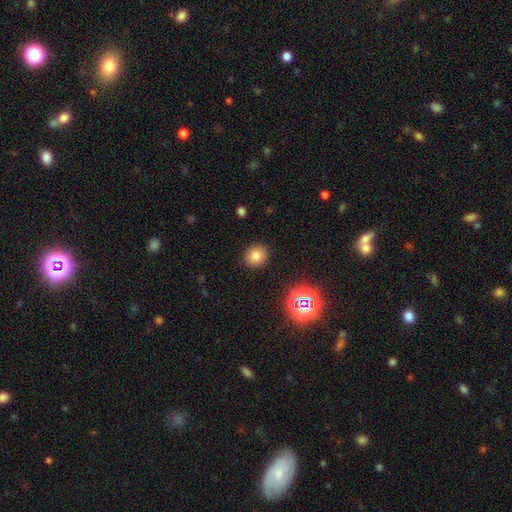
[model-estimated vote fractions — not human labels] smooth-or-featured: smooth: 77% | star or artifact: 15% | featured or disk: 8%
  how-rounded: round: 82% | in between: 17% | cigar-shaped: 1%
  merging: none: 90% | minor disturbance: 6% | major disturbance: 2% | merger: 1%